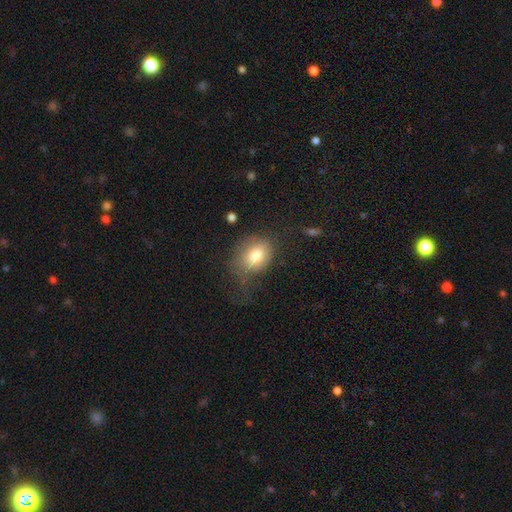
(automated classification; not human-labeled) smooth_or_featured: smooth (p=0.79) [alt: featured or disk p=0.13]
how_rounded: in between (p=0.63) [alt: round p=0.36]
merging: none (p=0.50) [alt: minor disturbance p=0.26]